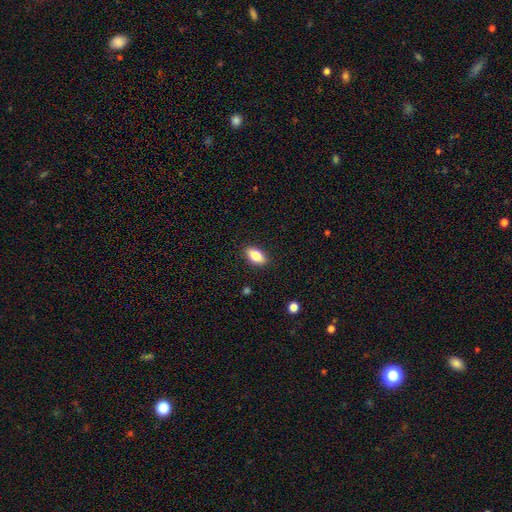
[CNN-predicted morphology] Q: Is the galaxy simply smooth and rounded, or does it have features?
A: smooth — 81%.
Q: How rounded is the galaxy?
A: in between — 89%.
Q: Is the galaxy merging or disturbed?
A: none — 88%.